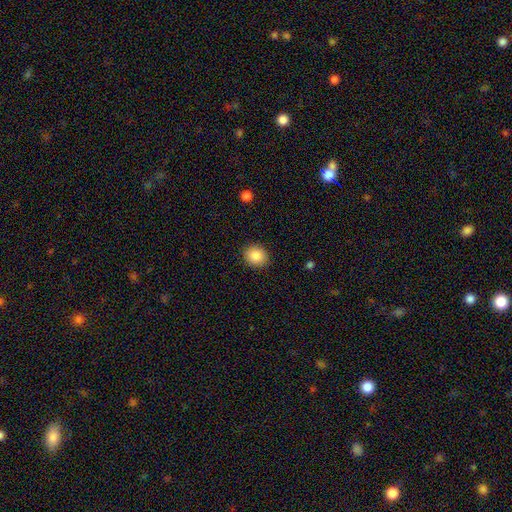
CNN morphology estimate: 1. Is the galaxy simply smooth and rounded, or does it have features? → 85% smooth, 9% star or artifact, 6% featured or disk.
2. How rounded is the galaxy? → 78% round, 21% in between, 1% cigar-shaped.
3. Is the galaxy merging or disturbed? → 90% none, 7% minor disturbance, 2% major disturbance, 1% merger.